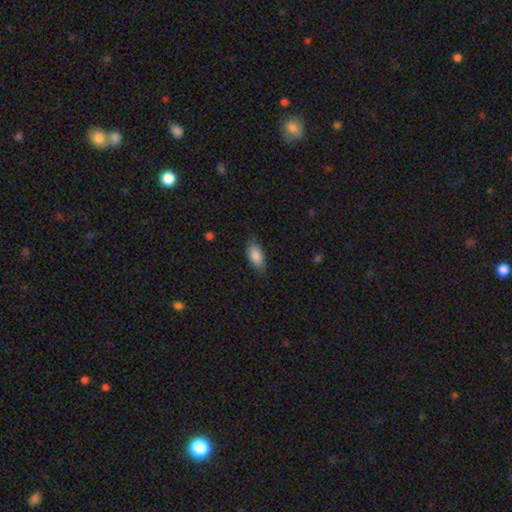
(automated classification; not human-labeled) The model was most divided on "merging": none: 80%, minor disturbance: 16%, major disturbance: 3%, merger: 1%. More confident: how rounded — in between (87%); smooth or featured — smooth (86%).